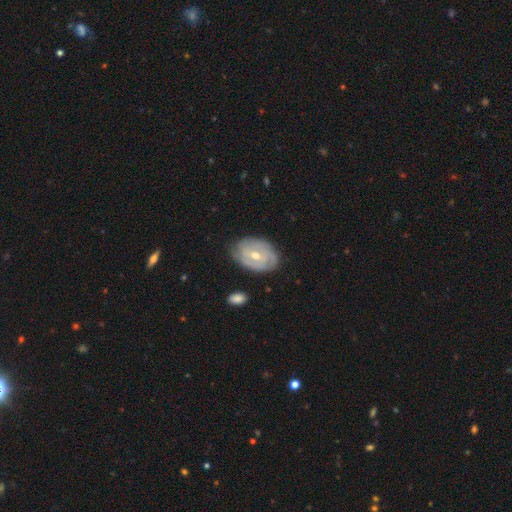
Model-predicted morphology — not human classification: smooth_or_featured: featured or disk (p=0.71) [alt: smooth p=0.22]
disk_edge_on: no (p=0.95) [alt: yes p=0.05]
bar: no (p=0.53) [alt: weak p=0.38]
has_spiral_arms: yes (p=0.79) [alt: no p=0.21]
spiral_winding: tight (p=0.67) [alt: medium p=0.25]
spiral_arm_count: can't tell (p=0.45) [alt: 2 p=0.28]
bulge_size: moderate (p=0.62) [alt: small p=0.34]
merging: none (p=0.74) [alt: minor disturbance p=0.20]